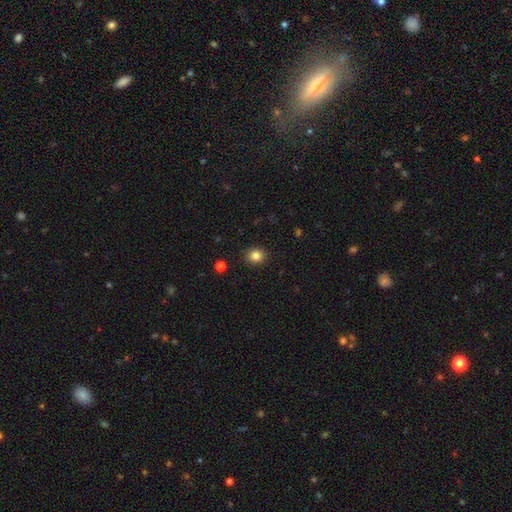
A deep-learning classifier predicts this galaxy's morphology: Smooth or featured: smooth — 83% (star or artifact — 12%)
How rounded: round — 78% (in between — 21%)
Merging: none — 91% (minor disturbance — 6%)